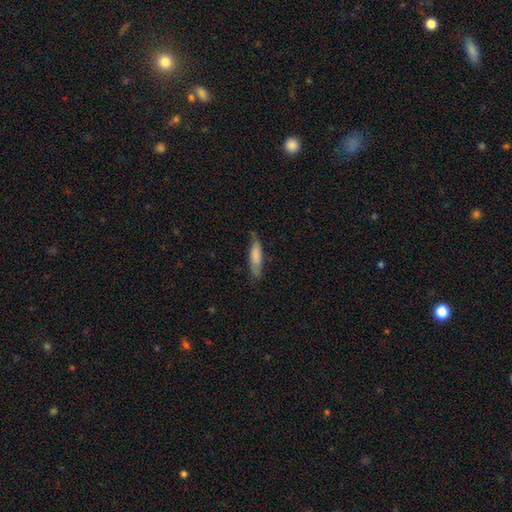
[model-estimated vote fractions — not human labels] Smooth or featured? smooth (76%)
How rounded? cigar-shaped (67%)
Merging? none (66%)